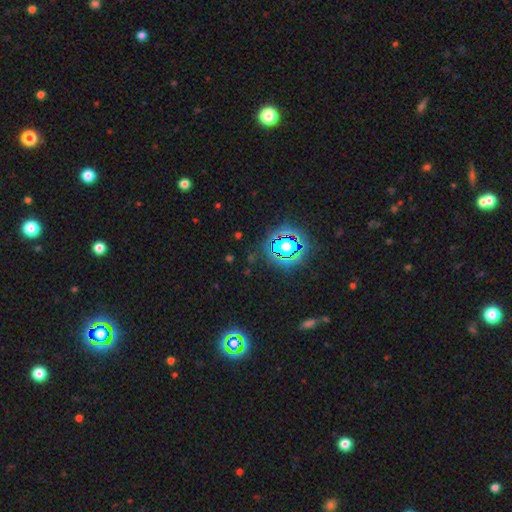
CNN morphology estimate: Smooth or featured? Predicted: star or artifact (p=0.78).